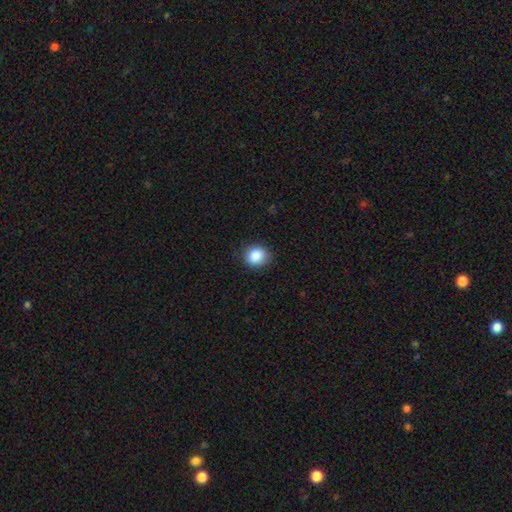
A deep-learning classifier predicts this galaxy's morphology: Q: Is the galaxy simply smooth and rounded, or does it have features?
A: smooth — 88%.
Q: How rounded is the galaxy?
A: round — 80%.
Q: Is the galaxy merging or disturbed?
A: none — 88%.